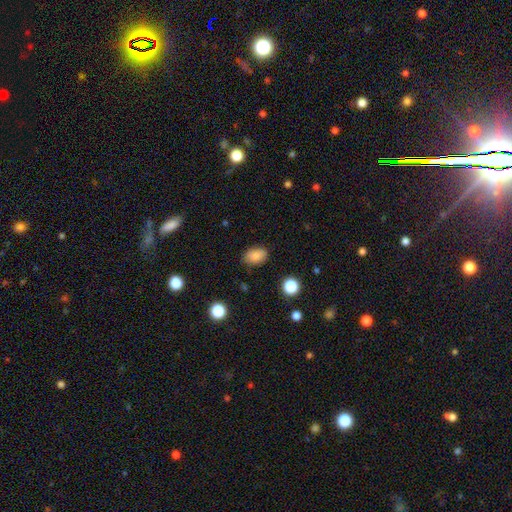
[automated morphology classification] Smooth or featured?
  - smooth: 85% *
  - star or artifact: 9%
  - featured or disk: 5%
How rounded?
  - in between: 84% *
  - round: 14%
  - cigar-shaped: 1%
Merging?
  - none: 82% *
  - minor disturbance: 14%
  - major disturbance: 3%
  - merger: 1%